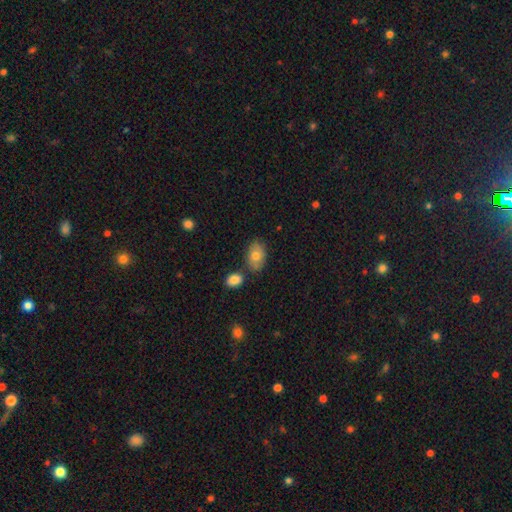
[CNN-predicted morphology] type=smooth (78%); roundness=in between (88%); merging=none (72%).